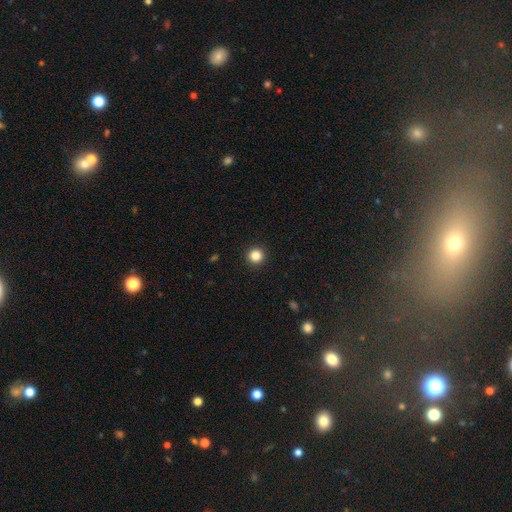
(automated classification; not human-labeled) Smooth or featured? Predicted: smooth (p=0.84). How rounded? Predicted: round (p=0.95). Merging? Predicted: none (p=0.93).